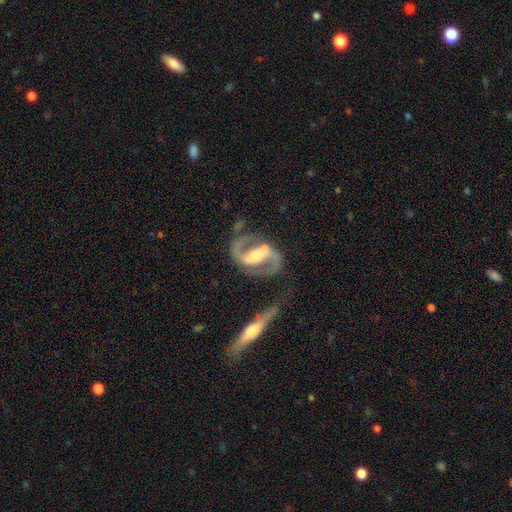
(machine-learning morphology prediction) Smooth or featured: featured or disk — 91% (star or artifact — 4%)
Edge-on disk: no — 97% (yes — 3%)
Bar: strong — 50% (weak — 32%)
Spiral arms: yes — 97% (no — 3%)
Spiral winding: medium — 61% (loose — 23%)
Spiral arm count: 2 — 94% (can't tell — 2%)
Bulge size: moderate — 63% (small — 21%)
Merging: none — 64% (minor disturbance — 16%)